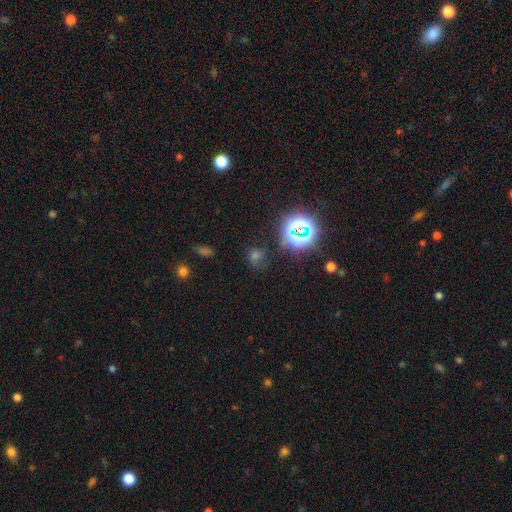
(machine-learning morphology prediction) This is possibly a star or artifact rather than a galaxy (49%).